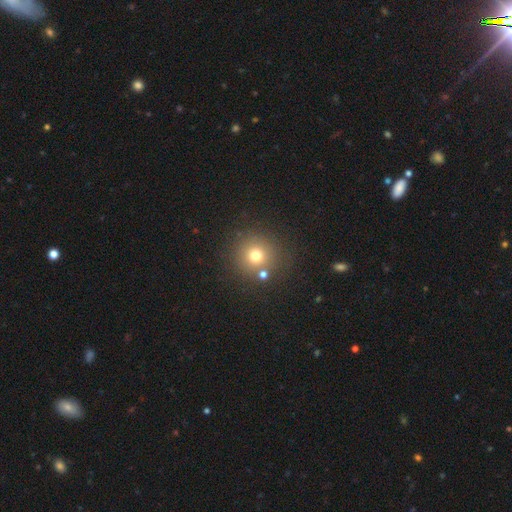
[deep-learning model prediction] A smooth galaxy with no disk features (73%) that is round (94%).

Vote fractions:
- Smooth or featured? smooth: 73% / star or artifact: 17% / featured or disk: 10%
- How rounded? round: 94% / in between: 5% / cigar-shaped: 1%
- Merging? none: 79% / merger: 9% / minor disturbance: 8% / major disturbance: 4%